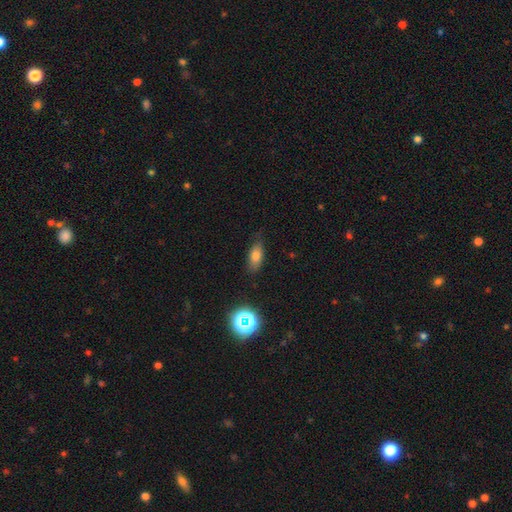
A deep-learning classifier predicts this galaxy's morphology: Q: Smooth or featured?
A: smooth (75%); runner-up: featured or disk (13%)
Q: How rounded?
A: in between (80%); runner-up: cigar-shaped (13%)
Q: Merging?
A: none (75%); runner-up: minor disturbance (19%)